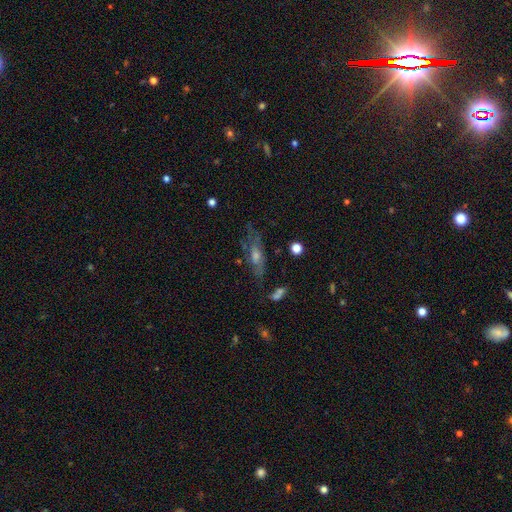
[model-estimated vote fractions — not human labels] smooth_or_featured: featured or disk (p=0.54) [alt: smooth p=0.33]
disk_edge_on: no (p=0.59) [alt: yes p=0.41]
merging: none (p=0.62) [alt: minor disturbance p=0.22]